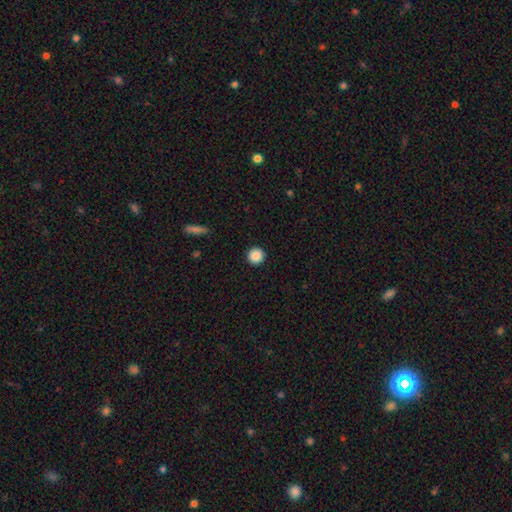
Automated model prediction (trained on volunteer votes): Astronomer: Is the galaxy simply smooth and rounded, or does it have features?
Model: smooth — 88%.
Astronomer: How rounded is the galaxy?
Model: round — 96%.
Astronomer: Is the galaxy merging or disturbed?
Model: none — 93%.